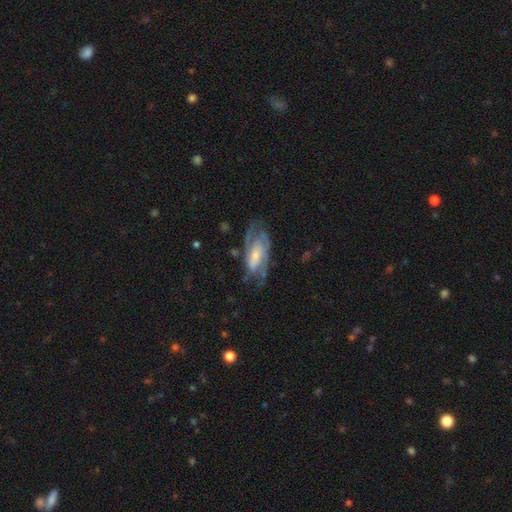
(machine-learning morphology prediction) A featured or disk galaxy (78%) with no bar (49%), 2 (55%) medium (46%) spiral arms (91%) and a small central bulge (49%).

Vote fractions:
- Smooth or featured? featured or disk: 78% / smooth: 17% / star or artifact: 6%
- Edge-on disk? no: 93% / yes: 7%
- Bar? no: 49% / weak: 37% / strong: 14%
- Spiral arms? yes: 91% / no: 9%
- Spiral winding? medium: 46% / tight: 37% / loose: 17%
- Spiral arm count? 2: 55% / can't tell: 23% / 3: 12% / 1: 4% / 4: 3% / more than 4: 3%
- Bulge size? small: 49% / moderate: 35% / large: 8% / none: 7% / dominant: 2%
- Merging? none: 58% / minor disturbance: 22% / major disturbance: 18% / merger: 2%